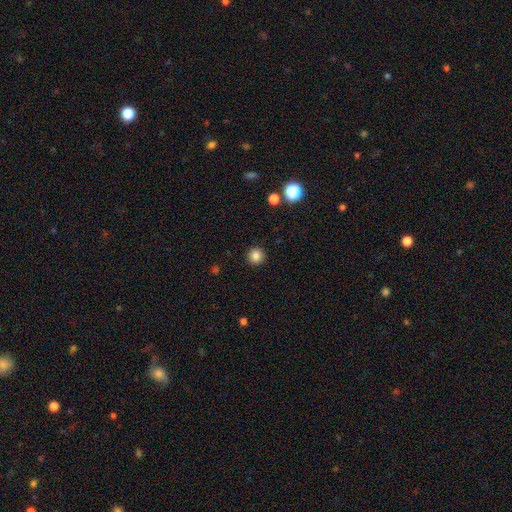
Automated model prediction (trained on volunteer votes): Smooth or featured?
  - smooth: 84% *
  - star or artifact: 12%
  - featured or disk: 4%
How rounded?
  - round: 94% *
  - in between: 5%
  - cigar-shaped: 1%
Merging?
  - none: 92% *
  - minor disturbance: 5%
  - major disturbance: 2%
  - merger: 1%